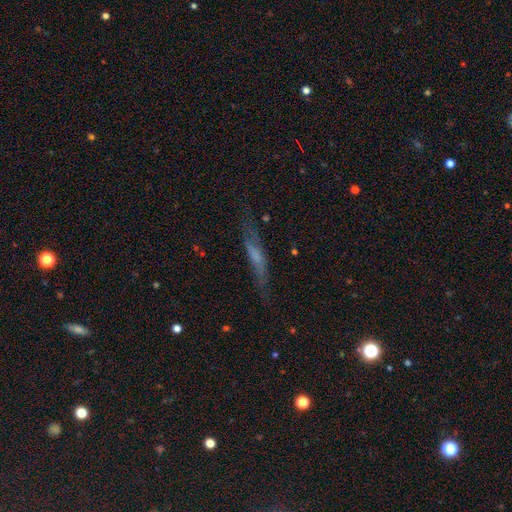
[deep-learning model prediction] The model was most divided on "smooth or featured": featured or disk: 54%, smooth: 35%, star or artifact: 11%. More confident: edge-on disk — yes (75%); merging — none (69%).